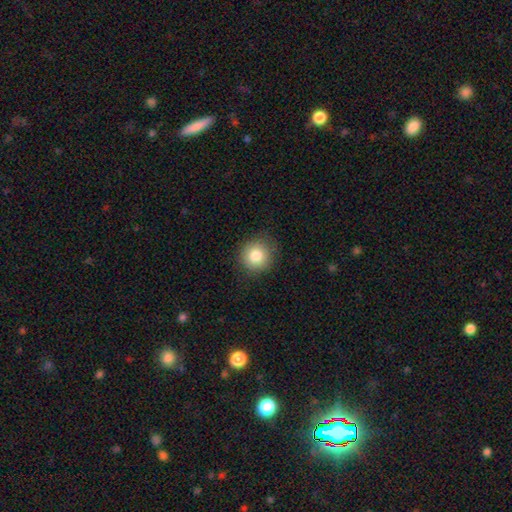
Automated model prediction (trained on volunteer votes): Smooth or featured: smooth — 83% (star or artifact — 10%)
How rounded: round — 92% (in between — 7%)
Merging: none — 86% (minor disturbance — 10%)